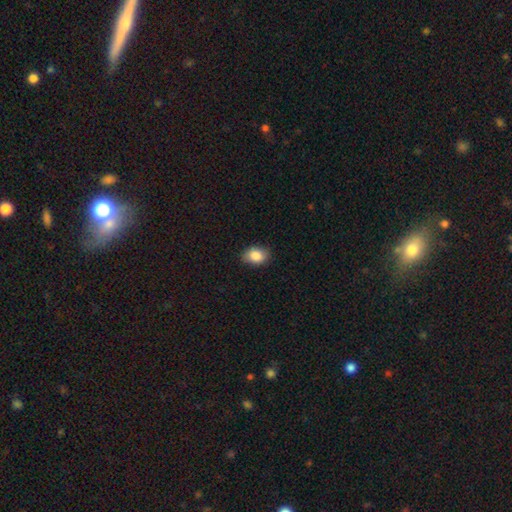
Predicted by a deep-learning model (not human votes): Morphology: type=smooth (86%); roundness=in between (76%); merging=none (86%).